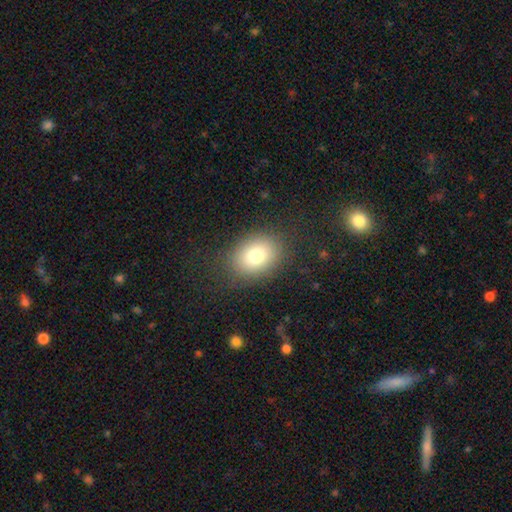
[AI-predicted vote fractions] This is likely a smooth galaxy (76%). How rounded: possibly in between (59%). Merging: clearly none (82%).